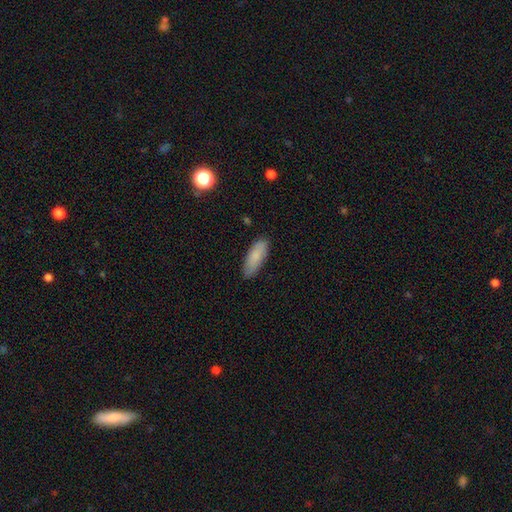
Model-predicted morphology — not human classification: Smooth or featured? Predicted: smooth (p=0.83). How rounded? Predicted: in between (p=0.68). Merging? Predicted: none (p=0.84).